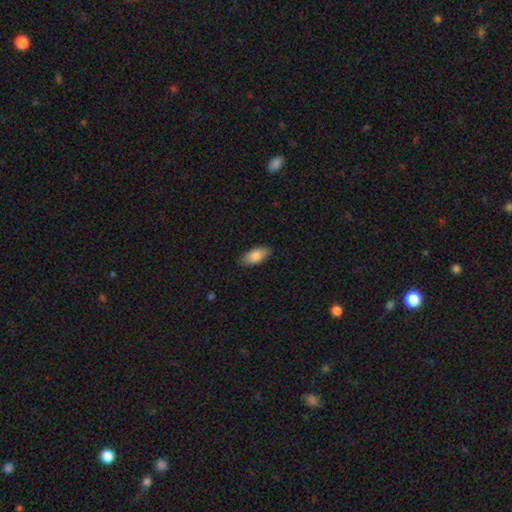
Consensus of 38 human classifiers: Smooth or featured? 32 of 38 (84%) said smooth. How rounded? 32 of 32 (100%) said in between. Merging? 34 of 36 (94%) said none.